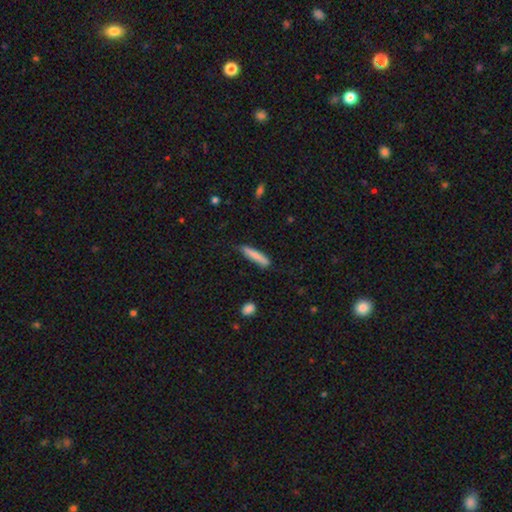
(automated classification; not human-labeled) Smooth or featured? Predicted: smooth (p=0.80). How rounded? Predicted: cigar-shaped (p=0.90). Merging? Predicted: none (p=0.77).